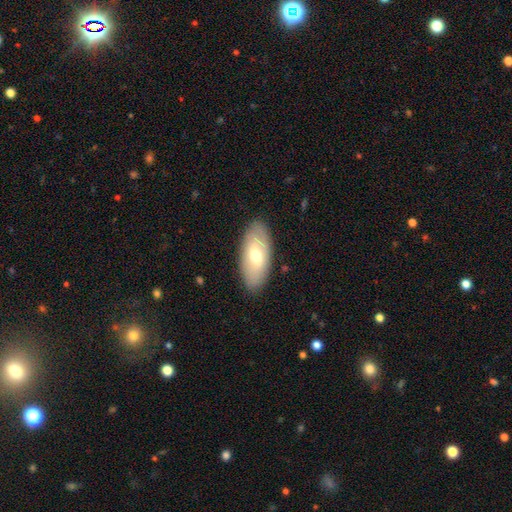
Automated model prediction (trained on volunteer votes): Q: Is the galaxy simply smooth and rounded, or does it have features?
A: smooth — 55%.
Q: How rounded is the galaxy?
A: in between — 89%.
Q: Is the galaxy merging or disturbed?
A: none — 86%.